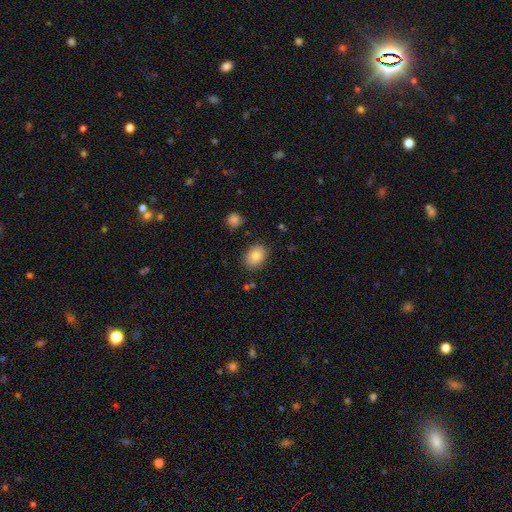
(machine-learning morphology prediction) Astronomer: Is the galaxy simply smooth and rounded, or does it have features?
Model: smooth — 81%.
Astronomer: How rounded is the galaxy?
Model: in between — 65%.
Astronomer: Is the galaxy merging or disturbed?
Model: none — 84%.